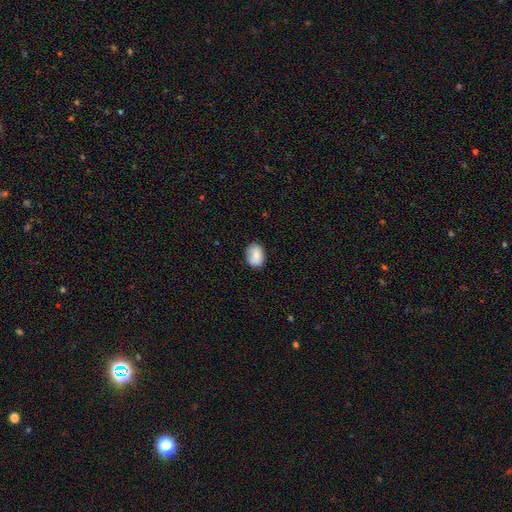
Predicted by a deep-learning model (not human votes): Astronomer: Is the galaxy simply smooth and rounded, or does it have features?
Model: smooth — 88%.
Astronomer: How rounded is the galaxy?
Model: in between — 73%.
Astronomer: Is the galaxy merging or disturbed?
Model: none — 83%.